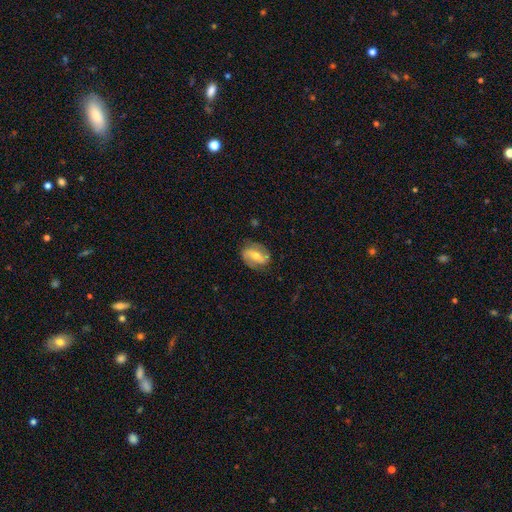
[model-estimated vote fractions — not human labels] Q: Smooth or featured?
A: featured or disk (76%); runner-up: smooth (17%)
Q: Edge-on disk?
A: no (95%); runner-up: yes (5%)
Q: Bar?
A: strong (44%); runner-up: weak (34%)
Q: Spiral arms?
A: yes (90%); runner-up: no (10%)
Q: Spiral winding?
A: loose (42%); runner-up: medium (39%)
Q: Spiral arm count?
A: 2 (90%); runner-up: can't tell (5%)
Q: Bulge size?
A: moderate (63%); runner-up: small (31%)
Q: Merging?
A: none (80%); runner-up: minor disturbance (14%)